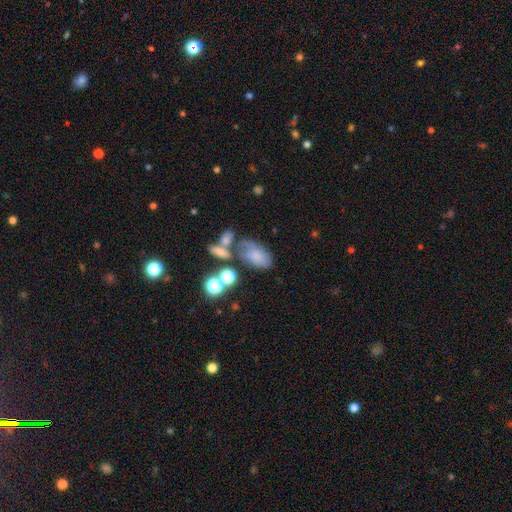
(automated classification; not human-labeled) The model was most divided on "merging": none: 36%, merger: 26%, minor disturbance: 21%, major disturbance: 17%. More confident: how rounded — in between (88%); smooth or featured — smooth (56%).